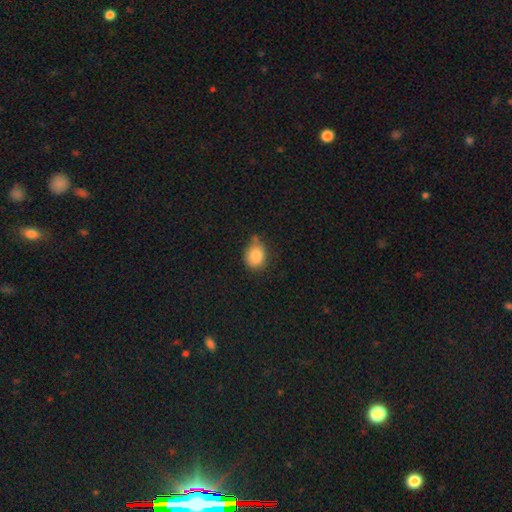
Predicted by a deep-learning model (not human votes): Smooth or featured? smooth (84%)
How rounded? round (59%)
Merging? none (56%)